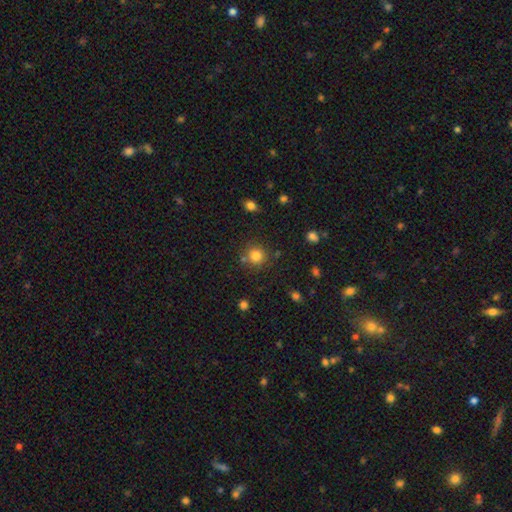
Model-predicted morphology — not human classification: type=smooth (82%); roundness=round (91%); merging=none (78%).